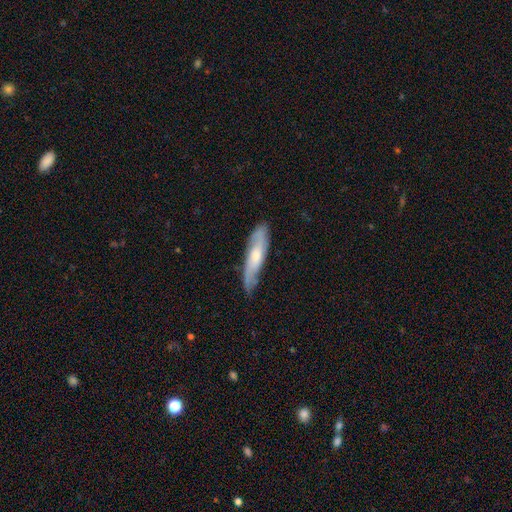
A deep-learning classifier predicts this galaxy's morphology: A featured or disk galaxy (53%). Merging: none (73%).